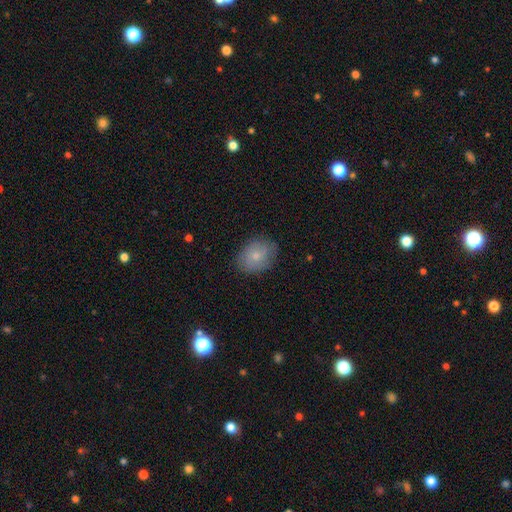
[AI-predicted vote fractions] smooth_or_featured: smooth (p=0.69) [alt: featured or disk p=0.23]
how_rounded: in between (p=0.62) [alt: round p=0.37]
merging: none (p=0.81) [alt: minor disturbance p=0.15]